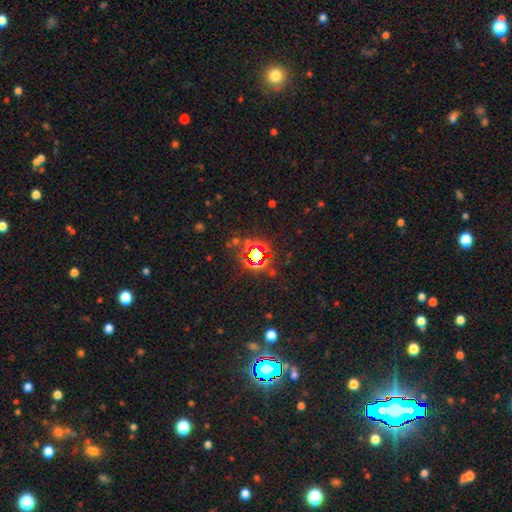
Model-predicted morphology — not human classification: Smooth or featured?
  - star or artifact: 72% *
  - smooth: 18%
  - featured or disk: 10%